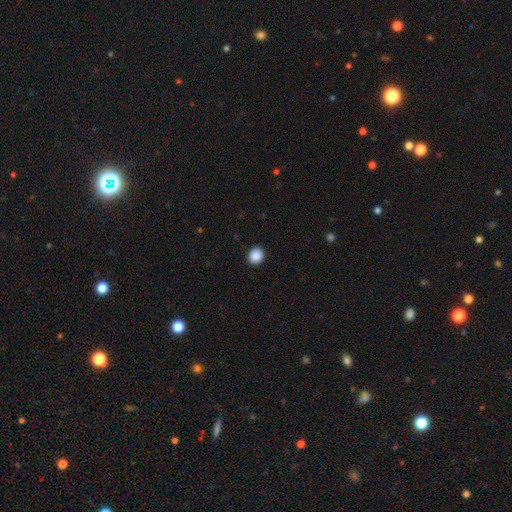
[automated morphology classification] Smooth or featured? smooth (89%)
How rounded? round (80%)
Merging? none (92%)